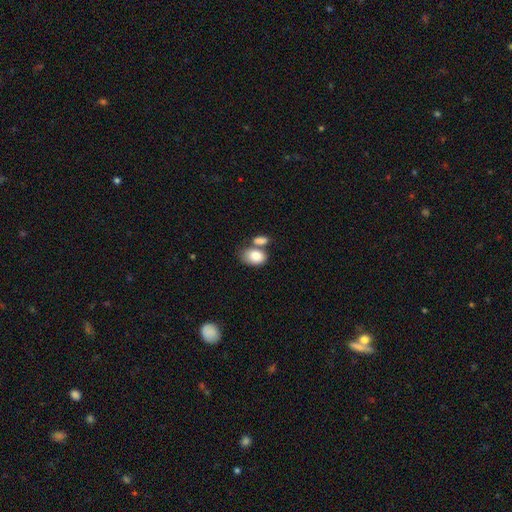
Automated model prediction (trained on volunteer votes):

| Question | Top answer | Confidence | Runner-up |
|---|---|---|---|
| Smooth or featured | smooth | 83% | featured or disk (10%) |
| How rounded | in between | 84% | round (15%) |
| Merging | none | 42% | merger (40%) |